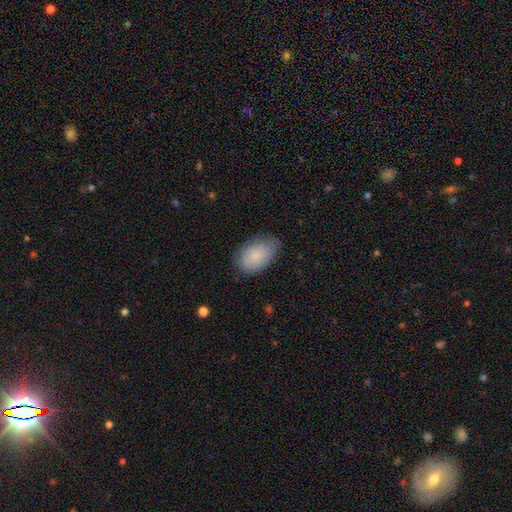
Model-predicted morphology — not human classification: This appears to be a smooth galaxy with no disk features (83%) that is in between round and cigar-shaped (89%). Merging: none (71%).